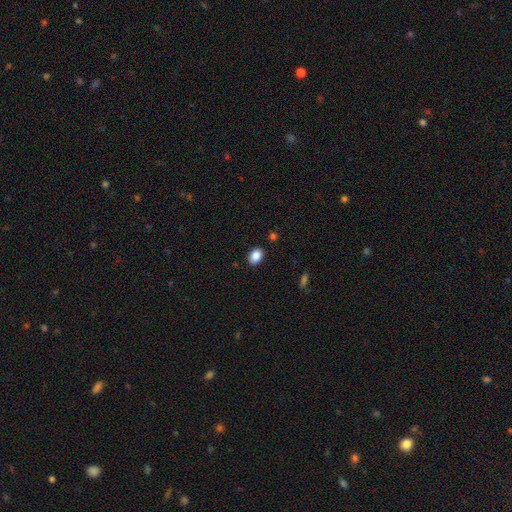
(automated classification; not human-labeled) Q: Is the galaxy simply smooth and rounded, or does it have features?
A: smooth — 88%.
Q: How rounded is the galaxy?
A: in between — 78%.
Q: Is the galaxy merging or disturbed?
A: none — 88%.